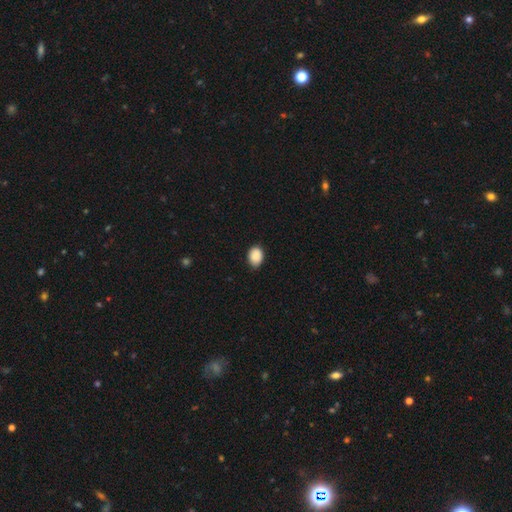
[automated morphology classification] Q: Smooth or featured?
A: smooth (90%); runner-up: star or artifact (7%)
Q: How rounded?
A: in between (76%); runner-up: round (23%)
Q: Merging?
A: none (82%); runner-up: minor disturbance (15%)